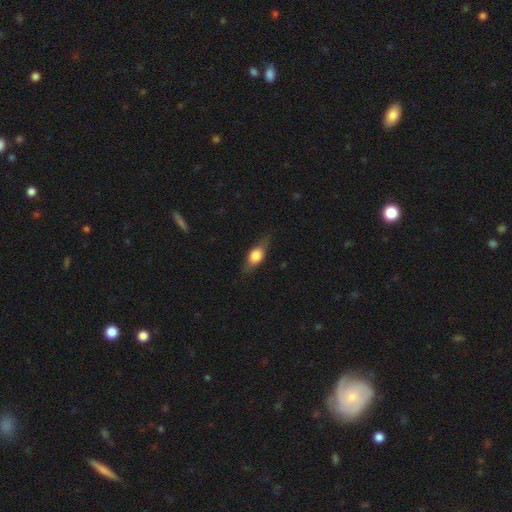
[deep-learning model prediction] Smooth or featured? Predicted: smooth (p=0.58). How rounded? Predicted: in between (p=0.69). Merging? Predicted: none (p=0.76).